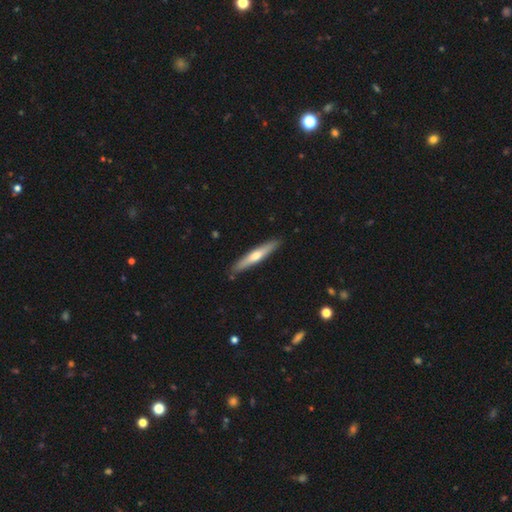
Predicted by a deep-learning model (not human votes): This is possibly a featured or disk galaxy (49%). Merging: clearly none (89%).